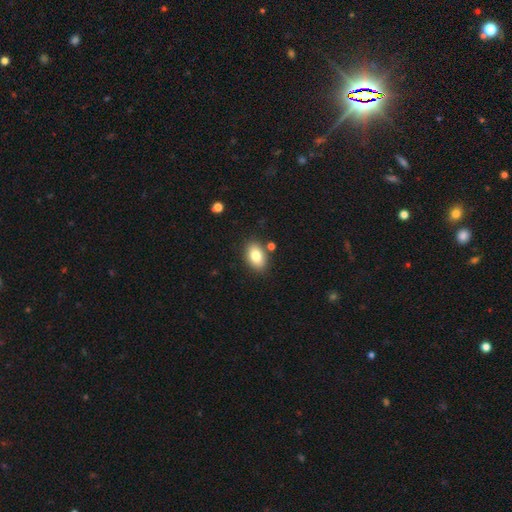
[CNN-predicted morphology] Smooth or featured?
  - smooth: 81% *
  - featured or disk: 11%
  - star or artifact: 8%
How rounded?
  - in between: 89% *
  - round: 9%
  - cigar-shaped: 2%
Merging?
  - none: 83% *
  - minor disturbance: 10%
  - merger: 4%
  - major disturbance: 2%